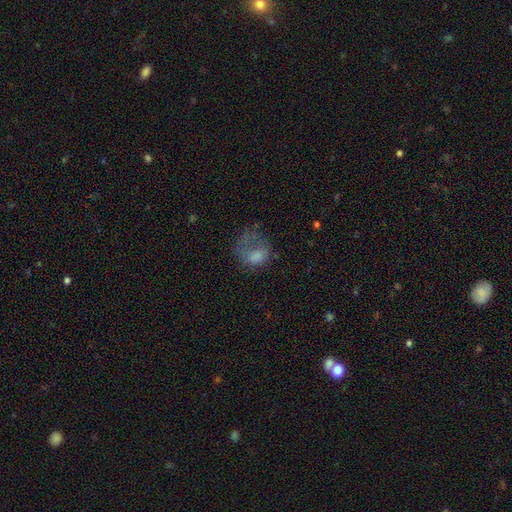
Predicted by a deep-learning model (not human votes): A smooth galaxy with no disk features (56%) that is in between round and cigar-shaped (51%).

Vote fractions:
- Smooth or featured? smooth: 56% / featured or disk: 29% / star or artifact: 15%
- How rounded? in between: 51% / round: 47% / cigar-shaped: 1%
- Merging? major disturbance: 48% / none: 28% / minor disturbance: 20% / merger: 3%